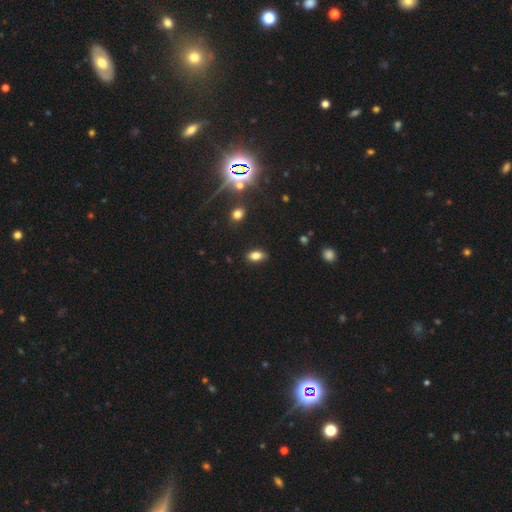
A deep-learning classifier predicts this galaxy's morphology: Overall: smooth (80%). How rounded: in between (88%). Merging: none (85%).